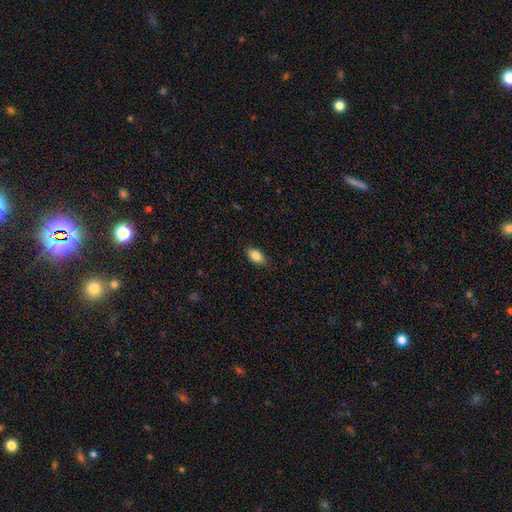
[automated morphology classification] This appears to be a smooth galaxy with no disk features (84%) that is in between round and cigar-shaped (88%). Merging: none (83%).